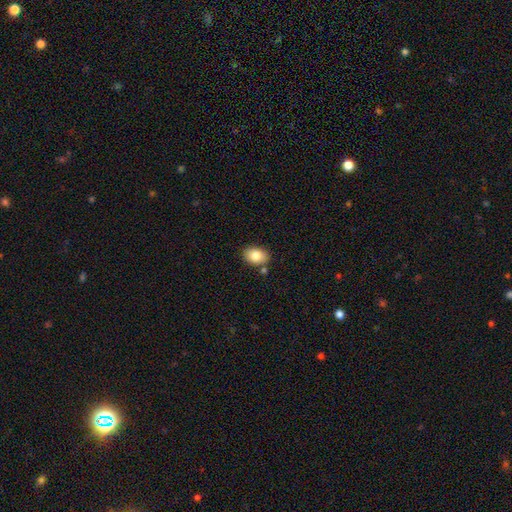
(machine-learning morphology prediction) smooth_or_featured: smooth (p=0.83) [alt: featured or disk p=0.09]
how_rounded: in between (p=0.75) [alt: round p=0.24]
merging: none (p=0.79) [alt: minor disturbance p=0.11]